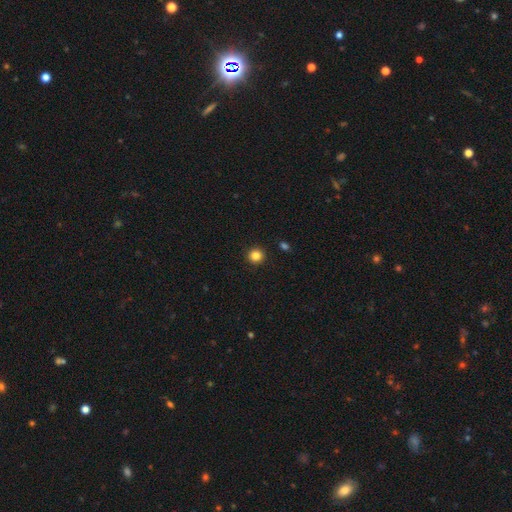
smooth 85%, featured or disk 10%, star or artifact 5%. Down the decision tree: how rounded — round (94%); merging — none (100%).